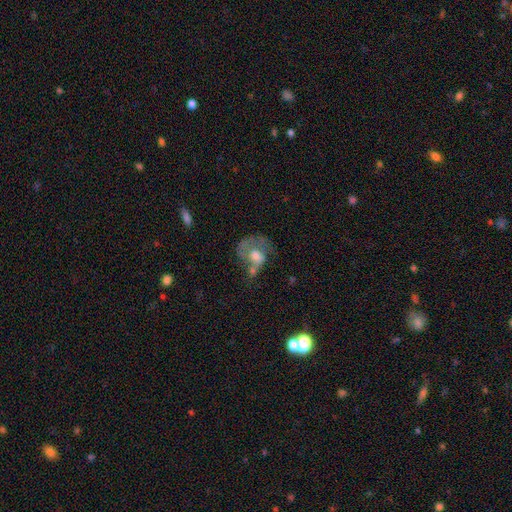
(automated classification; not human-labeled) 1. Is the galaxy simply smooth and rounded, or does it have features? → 49% featured or disk, 41% smooth, 10% star or artifact.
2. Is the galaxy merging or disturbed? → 38% major disturbance, 23% none, 21% merger, 18% minor disturbance.